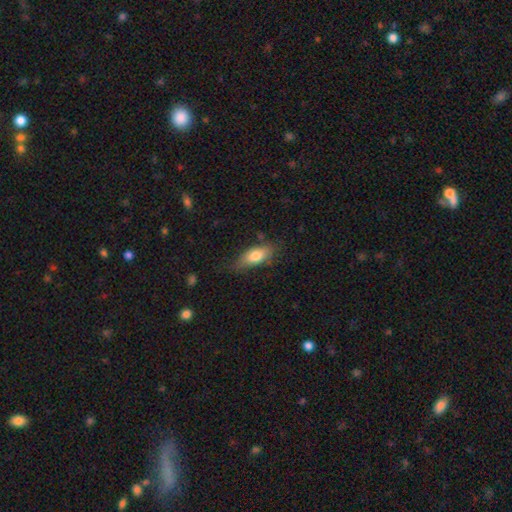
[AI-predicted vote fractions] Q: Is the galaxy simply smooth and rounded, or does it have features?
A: smooth — 76%.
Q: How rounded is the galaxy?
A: in between — 82%.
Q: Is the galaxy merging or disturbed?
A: none — 64%.